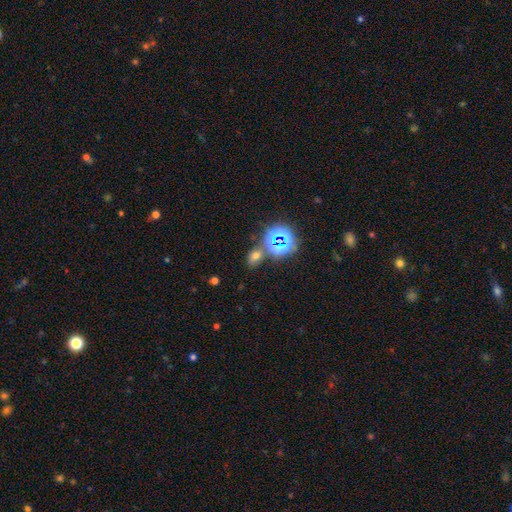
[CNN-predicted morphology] This is possibly a smooth galaxy (56%). How rounded: likely in between (73%). Merging: likely none (71%).